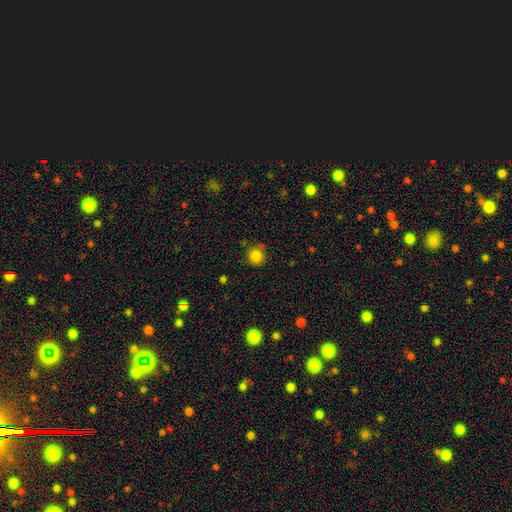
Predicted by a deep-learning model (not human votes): This appears to be a smooth galaxy with no disk features (83%) that is round (91%). Merging: none (76%).